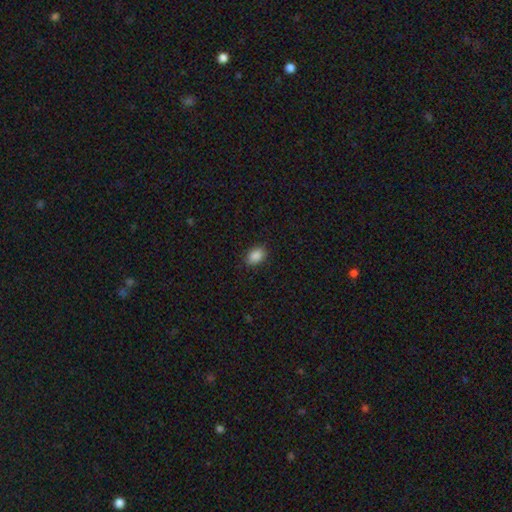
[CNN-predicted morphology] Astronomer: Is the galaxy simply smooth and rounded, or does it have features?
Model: smooth — 89%.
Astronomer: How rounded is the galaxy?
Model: in between — 83%.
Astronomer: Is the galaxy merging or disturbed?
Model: none — 88%.